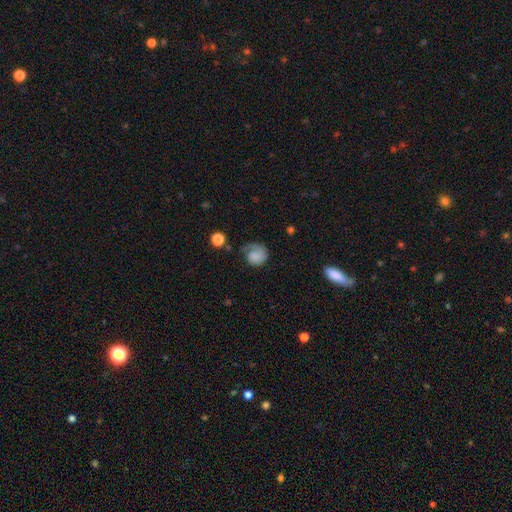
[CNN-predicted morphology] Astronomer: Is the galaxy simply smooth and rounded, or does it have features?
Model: smooth — 51% (runner-up: featured or disk, 41%).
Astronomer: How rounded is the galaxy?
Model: round — 72%.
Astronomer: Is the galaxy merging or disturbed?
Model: none — 41% (runner-up: major disturbance, 33%).